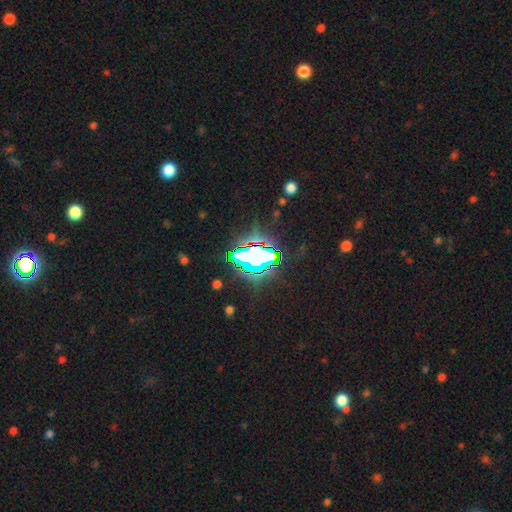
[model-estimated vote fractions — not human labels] A star or artifact, not a galaxy (71%).